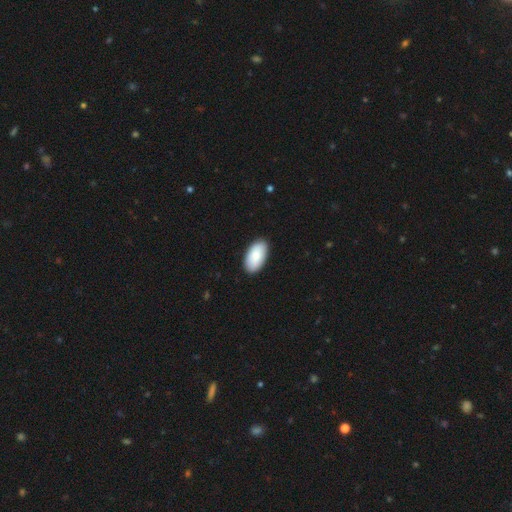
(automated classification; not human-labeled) Smooth or featured? smooth (84%)
How rounded? in between (96%)
Merging? none (89%)